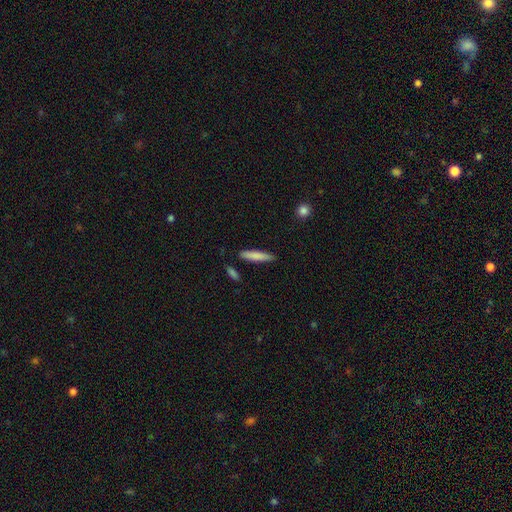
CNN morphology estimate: Smooth or featured?
  - smooth: 80% *
  - featured or disk: 15%
  - star or artifact: 6%
How rounded?
  - cigar-shaped: 87% *
  - in between: 12%
  - round: 1%
Merging?
  - none: 85% *
  - minor disturbance: 10%
  - merger: 3%
  - major disturbance: 2%